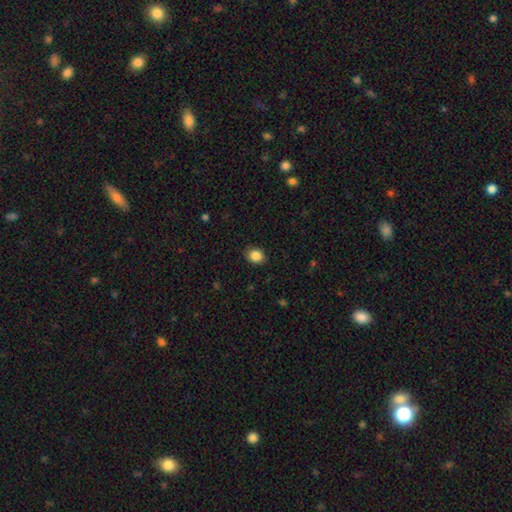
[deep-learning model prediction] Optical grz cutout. It shows a smooth galaxy with no disk features (87%) that is round (66%). Merging: none (89%).